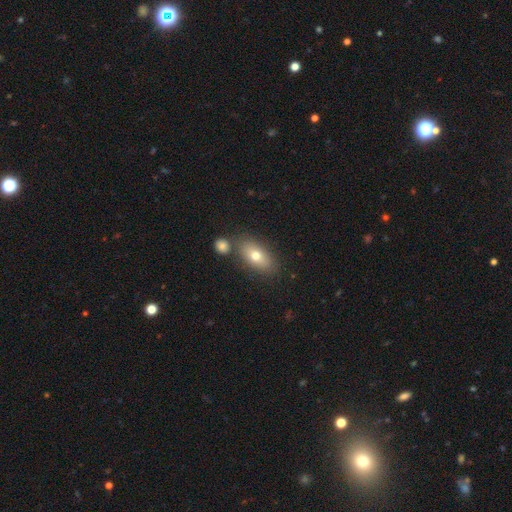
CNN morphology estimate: Q: Smooth or featured?
A: smooth (72%); runner-up: featured or disk (20%)
Q: How rounded?
A: in between (86%); runner-up: round (7%)
Q: Merging?
A: none (71%); runner-up: merger (14%)